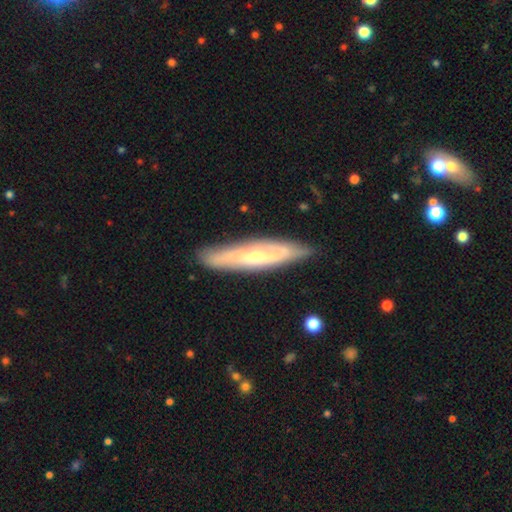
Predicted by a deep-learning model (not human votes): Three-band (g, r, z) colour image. It shows a featured or disk galaxy (63%) viewed edge-on (53%). Merging: none (83%).